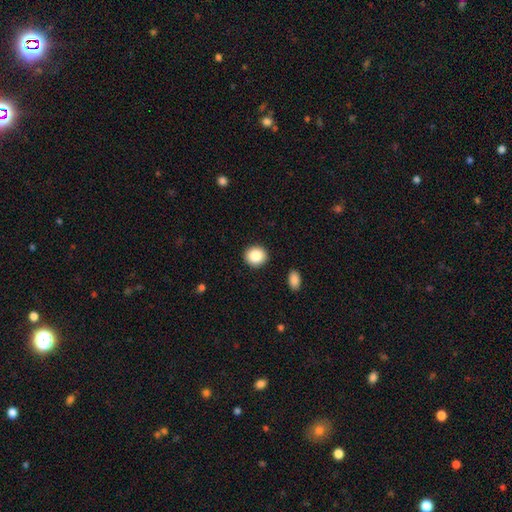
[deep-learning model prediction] A smooth galaxy with no disk features (88%) that is round (82%).

Vote fractions:
- Smooth or featured? smooth: 88% / star or artifact: 8% / featured or disk: 4%
- How rounded? round: 82% / in between: 17% / cigar-shaped: 1%
- Merging? none: 91% / minor disturbance: 6% / major disturbance: 2% / merger: 2%